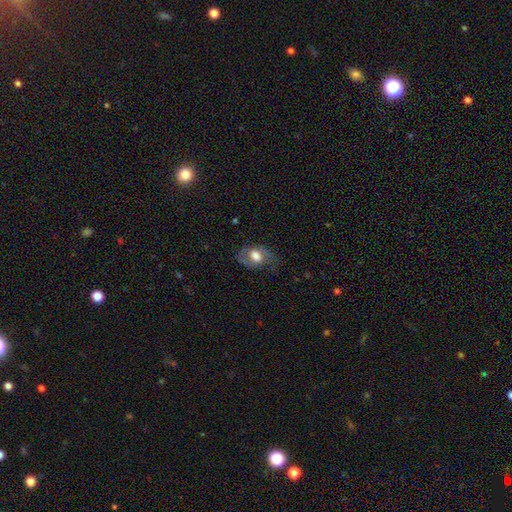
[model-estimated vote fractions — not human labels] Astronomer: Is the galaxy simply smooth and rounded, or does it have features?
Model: smooth — 53% (runner-up: featured or disk, 40%).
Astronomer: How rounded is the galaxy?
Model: in between — 80%.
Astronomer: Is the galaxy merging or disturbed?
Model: none — 59%.